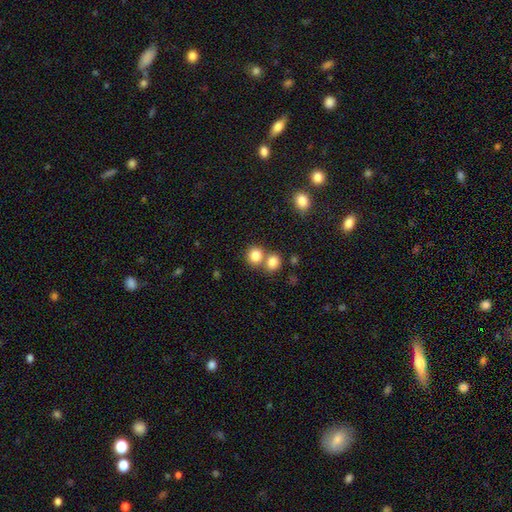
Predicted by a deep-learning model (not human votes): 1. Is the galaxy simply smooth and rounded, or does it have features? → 82% smooth, 11% star or artifact, 7% featured or disk.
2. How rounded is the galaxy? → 83% round, 16% in between, 1% cigar-shaped.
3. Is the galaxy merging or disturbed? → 53% none, 37% merger, 7% minor disturbance, 3% major disturbance.